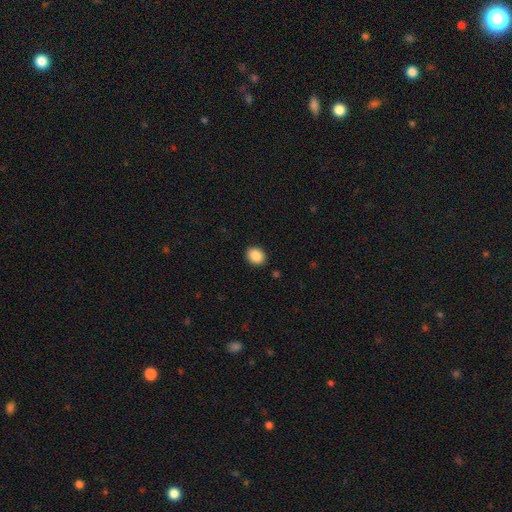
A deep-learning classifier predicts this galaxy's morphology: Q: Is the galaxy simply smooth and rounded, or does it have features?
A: smooth — 88%.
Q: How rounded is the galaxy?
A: round — 59%.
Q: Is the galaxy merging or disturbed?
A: none — 91%.